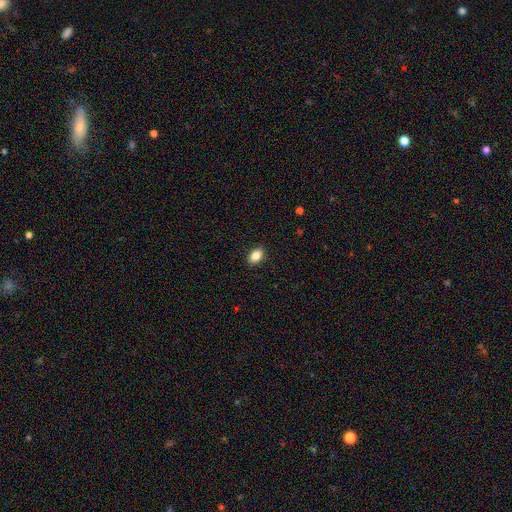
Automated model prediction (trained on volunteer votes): A smooth galaxy with no disk features (86%) that is in between round and cigar-shaped (85%). Merging: none (89%).